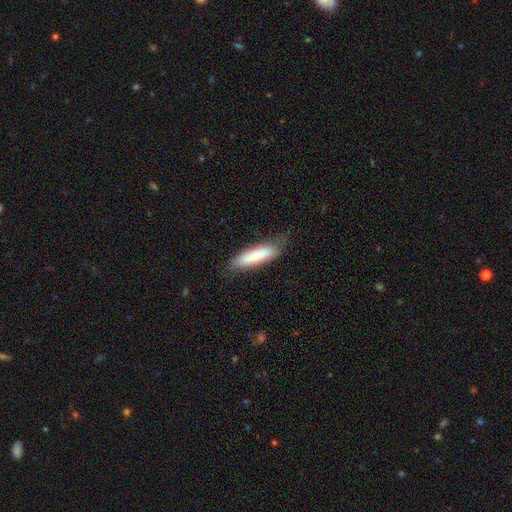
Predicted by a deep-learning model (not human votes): The model was most divided on "how rounded": cigar-shaped: 64%, in between: 34%, round: 2%. More confident: merging — none (73%); smooth or featured — smooth (70%).